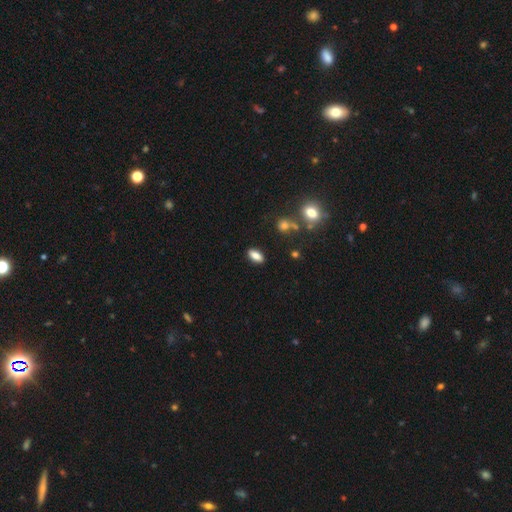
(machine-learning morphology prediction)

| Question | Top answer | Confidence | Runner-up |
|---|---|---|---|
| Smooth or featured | smooth | 83% | star or artifact (9%) |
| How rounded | in between | 85% | cigar-shaped (11%) |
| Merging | none | 87% | minor disturbance (9%) |